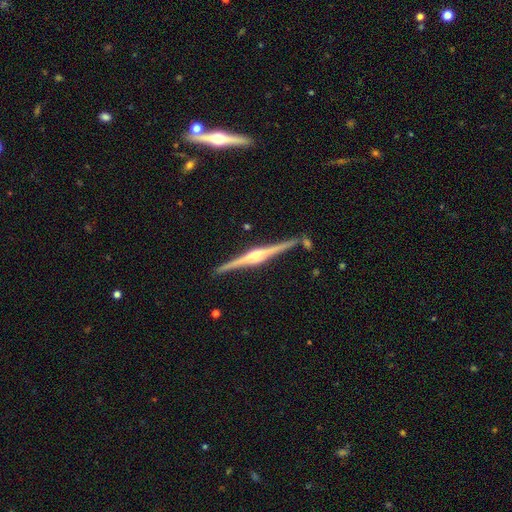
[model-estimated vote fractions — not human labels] Smooth or featured?
  - featured or disk: 88% *
  - smooth: 7%
  - star or artifact: 5%
Edge-on disk?
  - yes: 99% *
  - no: 1%
Edge-on bulge?
  - rounded: 84% *
  - boxy: 11%
  - none: 4%
Merging?
  - none: 89% *
  - minor disturbance: 7%
  - merger: 2%
  - major disturbance: 1%